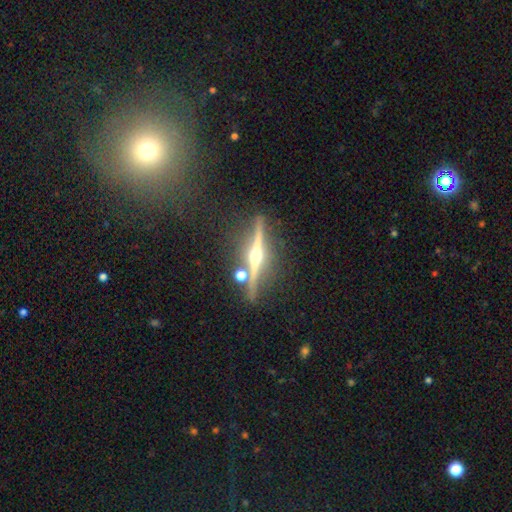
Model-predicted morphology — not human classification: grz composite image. It shows a featured or disk galaxy (85%) viewed edge-on (97%) with a rounded central bulge (96%). Merging: none (85%).